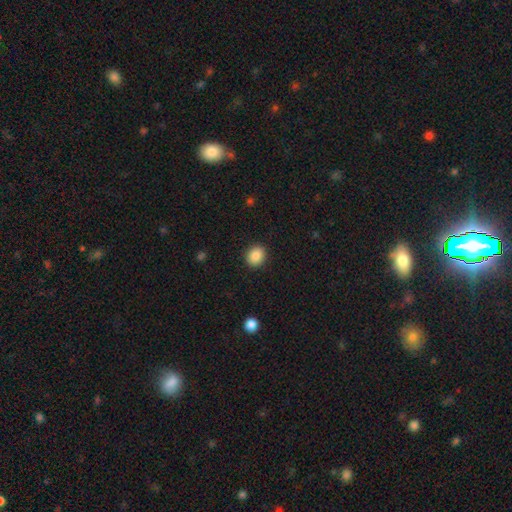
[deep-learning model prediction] Smooth or featured? smooth (87%)
How rounded? round (71%)
Merging? none (90%)